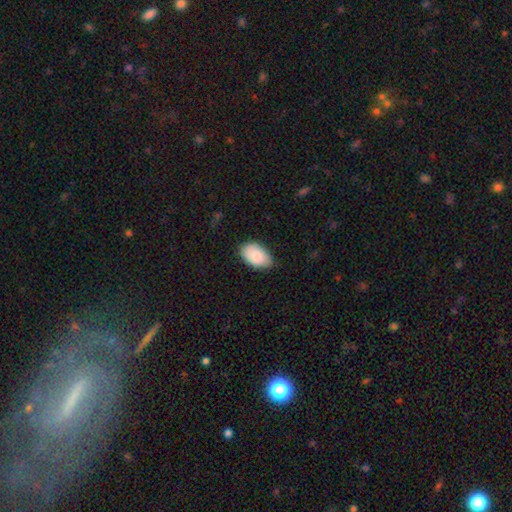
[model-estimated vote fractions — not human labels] Q: Smooth or featured?
A: smooth (88%); runner-up: featured or disk (6%)
Q: How rounded?
A: in between (94%); runner-up: round (5%)
Q: Merging?
A: none (74%); runner-up: minor disturbance (22%)